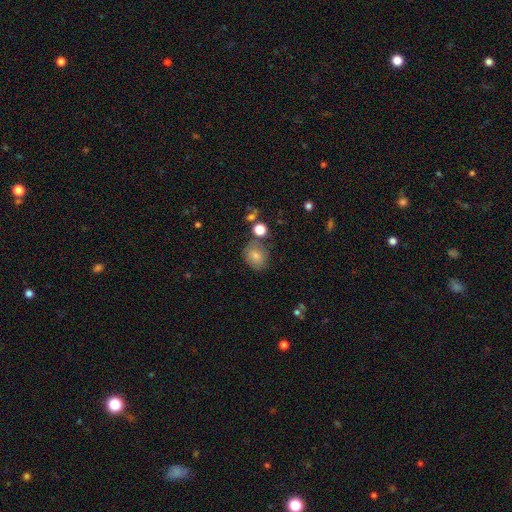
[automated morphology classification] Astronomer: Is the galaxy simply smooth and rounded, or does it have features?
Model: smooth — 76%.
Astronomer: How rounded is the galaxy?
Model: round — 56% (runner-up: in between, 43%).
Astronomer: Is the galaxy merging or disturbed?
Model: none — 68%.